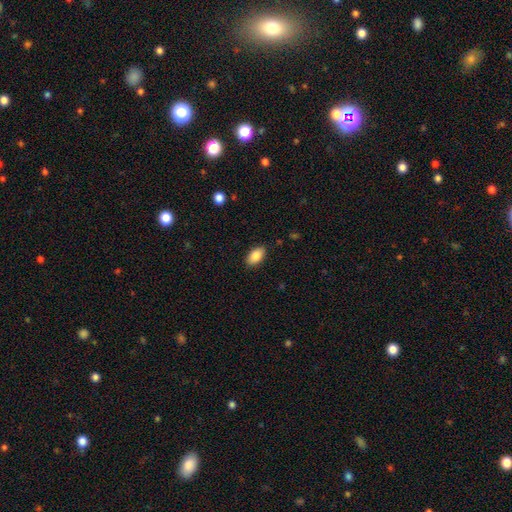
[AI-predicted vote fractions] smooth-or-featured: smooth: 86% | star or artifact: 7% | featured or disk: 7%
  how-rounded: in between: 93% | round: 5% | cigar-shaped: 2%
  merging: none: 87% | minor disturbance: 9% | major disturbance: 2% | merger: 1%